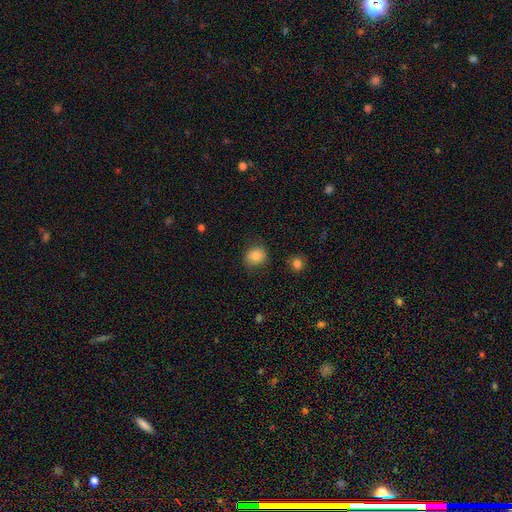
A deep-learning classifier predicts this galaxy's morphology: This is clearly a smooth galaxy (82%). How rounded: likely round (75%). Merging: clearly none (83%).